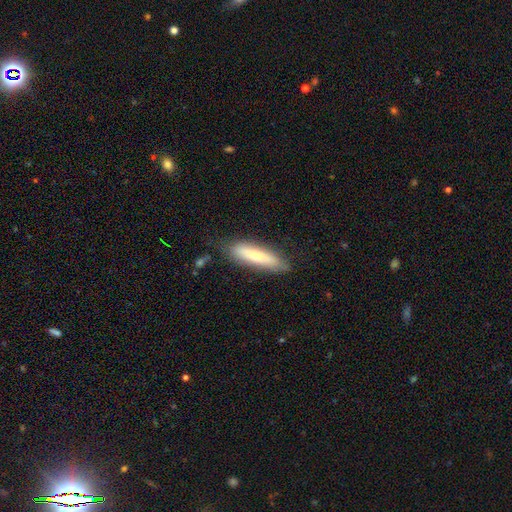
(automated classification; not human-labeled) Smooth or featured? Predicted: smooth (p=0.65). How rounded? Predicted: cigar-shaped (p=0.74). Merging? Predicted: none (p=0.79).